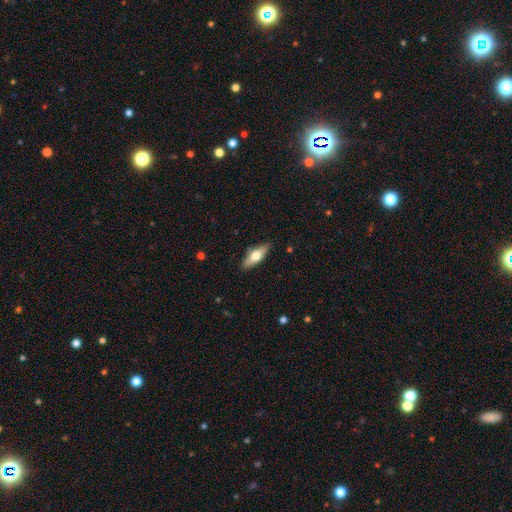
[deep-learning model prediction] Smooth or featured?
  - smooth: 57% *
  - featured or disk: 37%
  - star or artifact: 6%
How rounded?
  - in between: 59% *
  - cigar-shaped: 38%
  - round: 3%
Merging?
  - none: 87% *
  - minor disturbance: 10%
  - major disturbance: 2%
  - merger: 1%